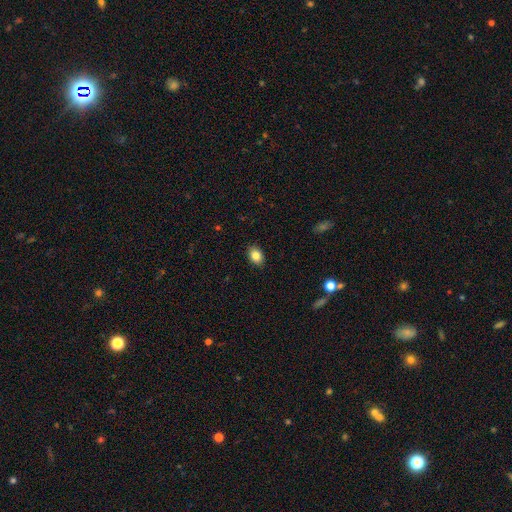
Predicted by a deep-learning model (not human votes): smooth_or_featured: smooth (p=0.85) [alt: star or artifact p=0.09]
how_rounded: in between (p=0.78) [alt: round p=0.21]
merging: none (p=0.89) [alt: minor disturbance p=0.08]